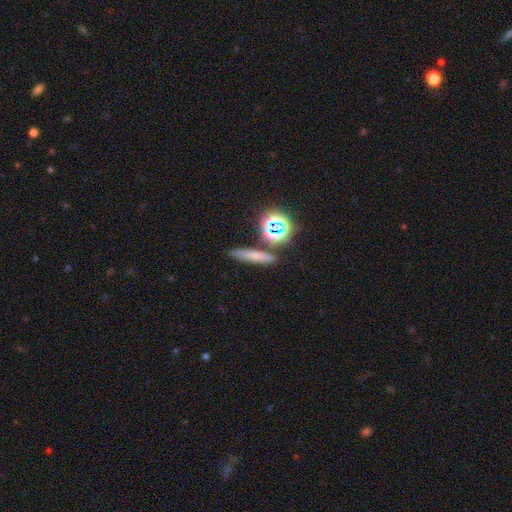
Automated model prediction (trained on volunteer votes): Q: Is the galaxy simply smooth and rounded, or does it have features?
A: smooth — 63%.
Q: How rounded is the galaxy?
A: cigar-shaped — 71%.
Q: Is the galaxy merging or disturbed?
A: none — 81%.